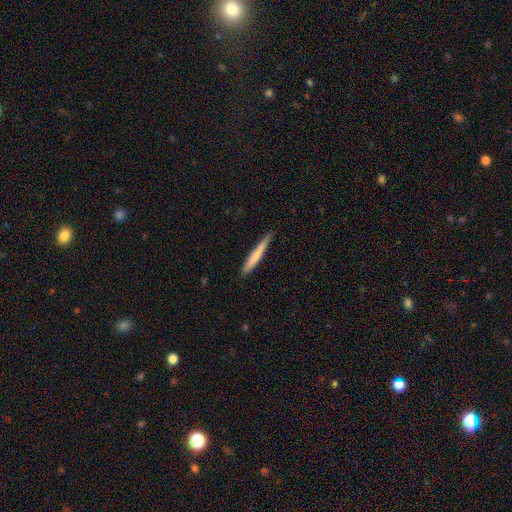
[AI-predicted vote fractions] smooth-or-featured: smooth: 70% | featured or disk: 25% | star or artifact: 5%
  how-rounded: cigar-shaped: 96% | in between: 2% | round: 1%
  merging: none: 88% | minor disturbance: 10% | major disturbance: 1% | merger: 1%